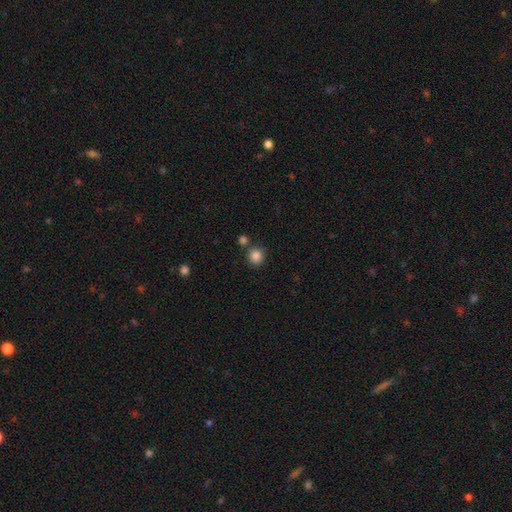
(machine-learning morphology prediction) A smooth galaxy with no disk features (86%) that is round (91%). Merging: none (77%).